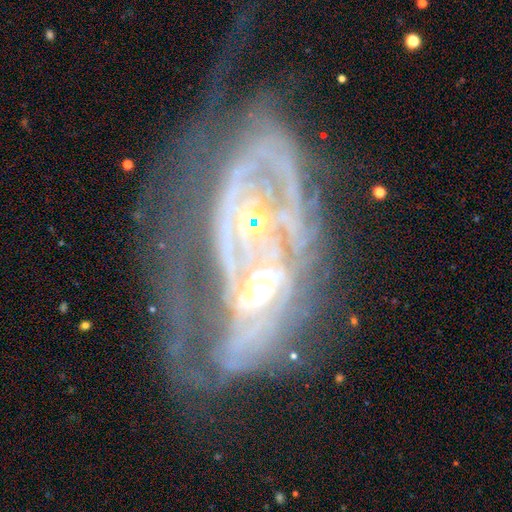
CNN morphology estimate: This is clearly a featured or disk galaxy (82%). It is clearly not viewed edge-on (94%). Bar: likely no (66%). Spiral arm pattern: likely yes (67%). Spiral arm count: marginally can't tell (43%). Spiral winding: possibly tight (47%). Central bulge: possibly small (50%). Merging: marginally merger (43%).